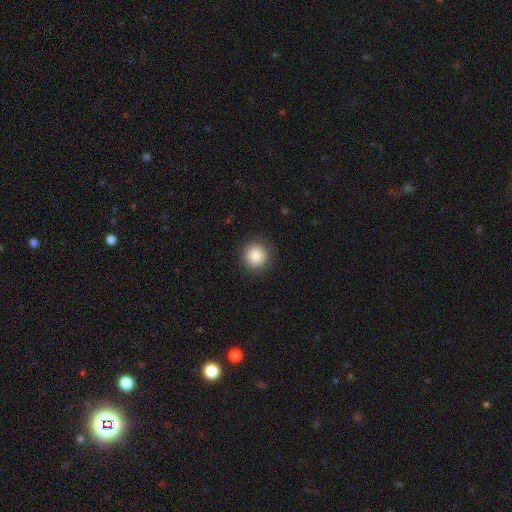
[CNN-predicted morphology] Smooth or featured? smooth (87%)
How rounded? round (94%)
Merging? none (90%)